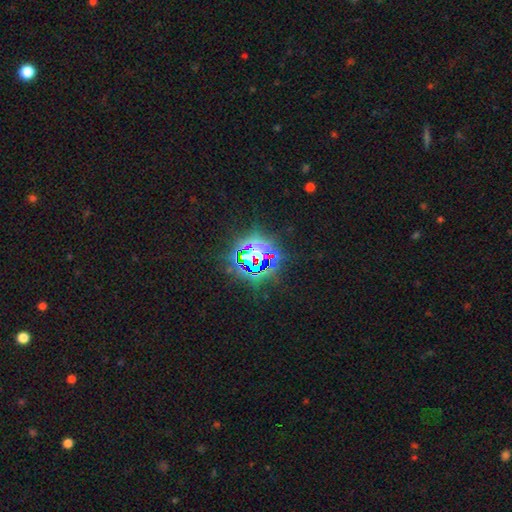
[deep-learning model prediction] Smooth or featured?
  - star or artifact: 80% *
  - smooth: 11%
  - featured or disk: 9%